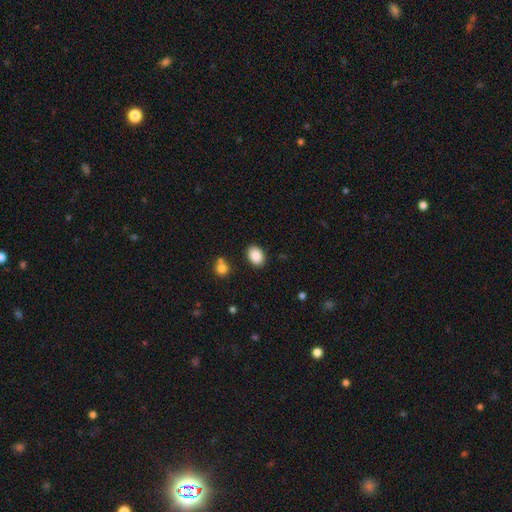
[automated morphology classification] Smooth or featured?
  - smooth: 88% *
  - star or artifact: 8%
  - featured or disk: 4%
How rounded?
  - in between: 75% *
  - round: 24%
  - cigar-shaped: 1%
Merging?
  - none: 86% *
  - minor disturbance: 9%
  - merger: 3%
  - major disturbance: 3%